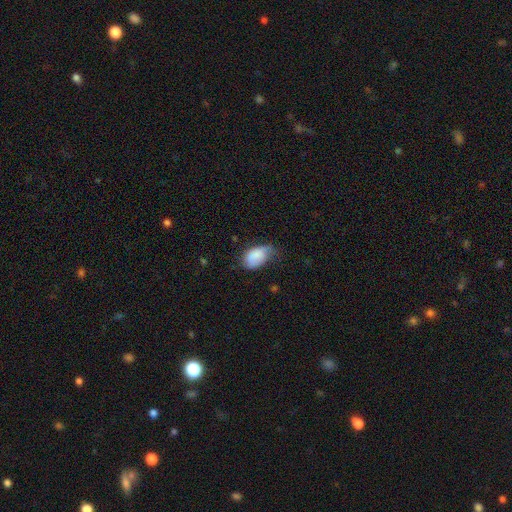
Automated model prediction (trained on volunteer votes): smooth 82%, featured or disk 11%, star or artifact 7%. Down the decision tree: how rounded — in between (91%); merging — minor disturbance (47%).